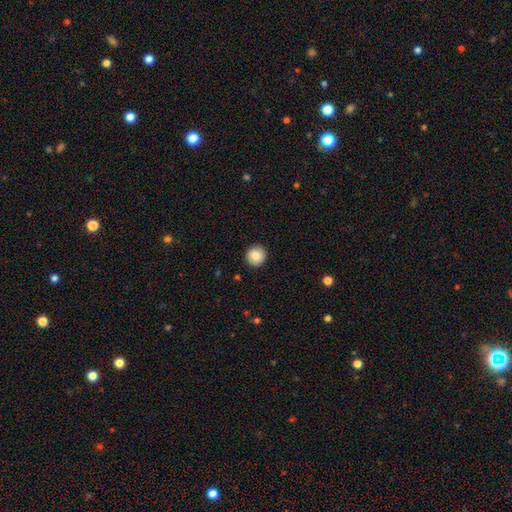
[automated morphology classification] smooth 85%, star or artifact 8%, featured or disk 6%. Down the decision tree: how rounded — round (94%); merging — none (91%).